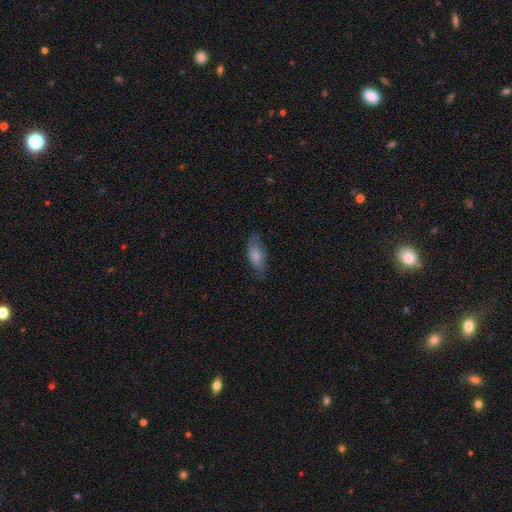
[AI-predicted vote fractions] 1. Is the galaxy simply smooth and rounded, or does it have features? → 76% smooth, 17% featured or disk, 7% star or artifact.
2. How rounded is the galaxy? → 77% in between, 21% cigar-shaped, 2% round.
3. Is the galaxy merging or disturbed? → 67% none, 24% minor disturbance, 7% major disturbance, 1% merger.